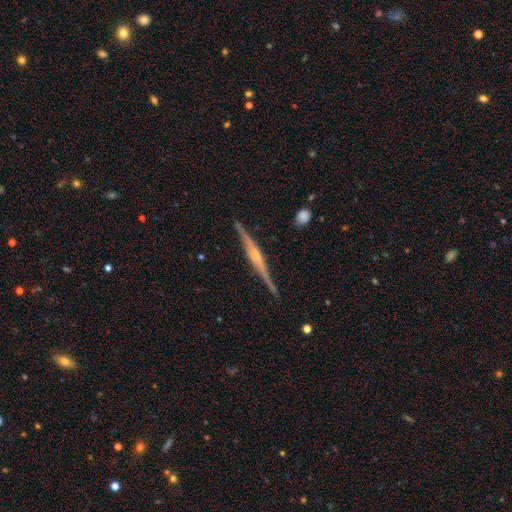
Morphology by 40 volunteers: type=featured or disk (90%); edge-on=yes (100%); edge-on bulge=rounded (39%); merging=none (77%).